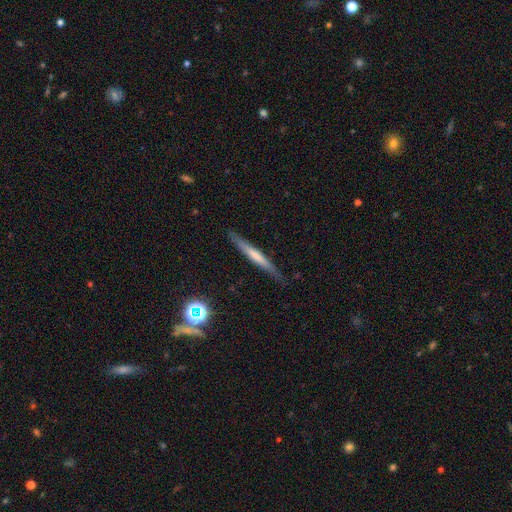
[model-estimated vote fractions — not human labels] smooth_or_featured: smooth (p=0.48) [alt: featured or disk p=0.44]
merging: none (p=0.87) [alt: minor disturbance p=0.10]